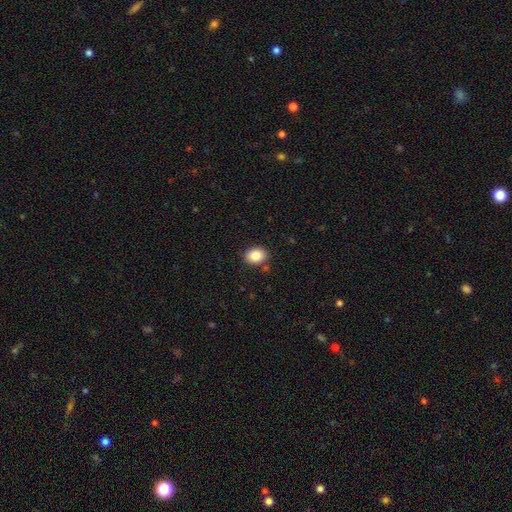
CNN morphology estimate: This appears to be a smooth galaxy with no disk features (86%) that is in between round and cigar-shaped (62%). Merging: none (87%).